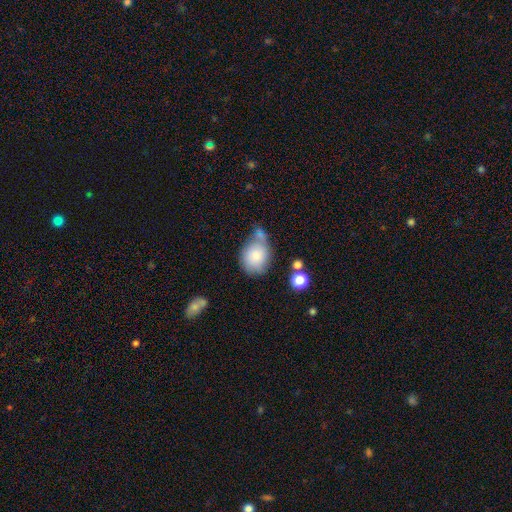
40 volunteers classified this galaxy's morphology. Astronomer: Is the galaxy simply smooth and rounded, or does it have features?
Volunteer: smooth — 82%.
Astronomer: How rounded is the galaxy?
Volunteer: round — 58% (runner-up: in between, 42%).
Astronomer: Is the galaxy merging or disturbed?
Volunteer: minor disturbance — 44% (runner-up: none, 28%).